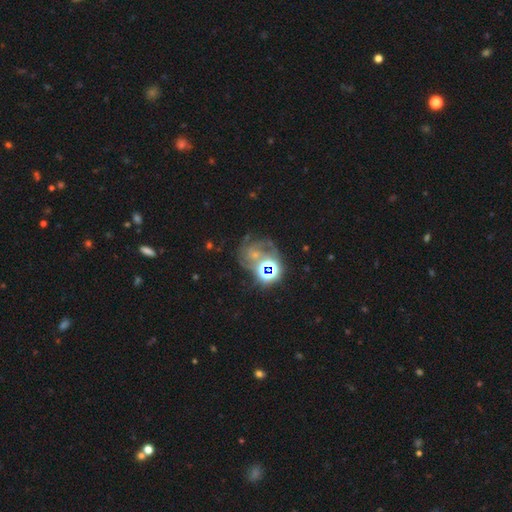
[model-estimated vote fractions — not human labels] Overall: featured or disk (44%; star or artifact 38%). Merging: none (46%; major disturbance 23%).